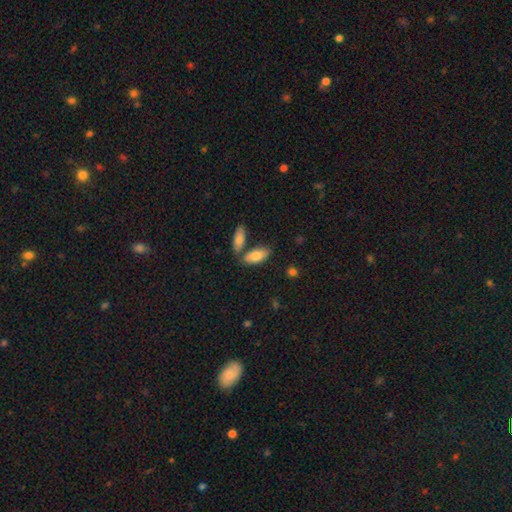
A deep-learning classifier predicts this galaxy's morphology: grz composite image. It shows a smooth galaxy with no disk features (83%) that is in between round and cigar-shaped (86%). Merging: none (58%).